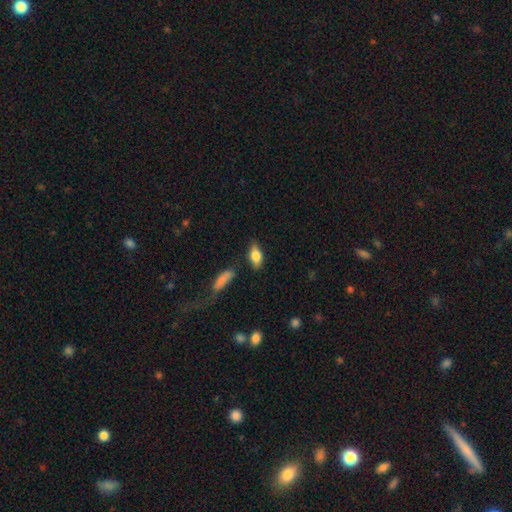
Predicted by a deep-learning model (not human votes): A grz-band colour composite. It shows a smooth galaxy with no disk features (71%) that is in between round and cigar-shaped (81%). Merging: none (74%).